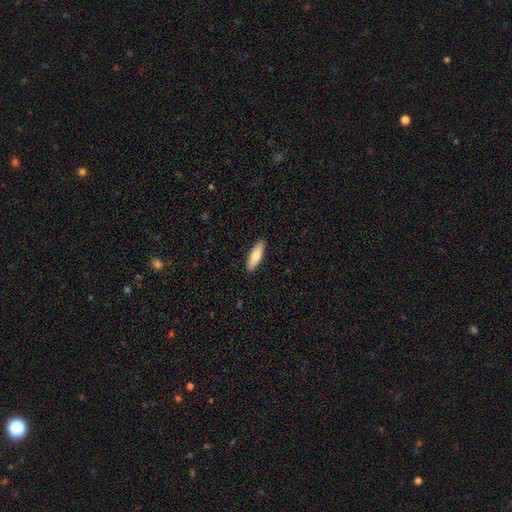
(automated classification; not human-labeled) Smooth or featured?
  - smooth: 75% *
  - featured or disk: 19%
  - star or artifact: 5%
How rounded?
  - cigar-shaped: 51% *
  - in between: 47%
  - round: 2%
Merging?
  - none: 90% *
  - minor disturbance: 8%
  - major disturbance: 2%
  - merger: 1%